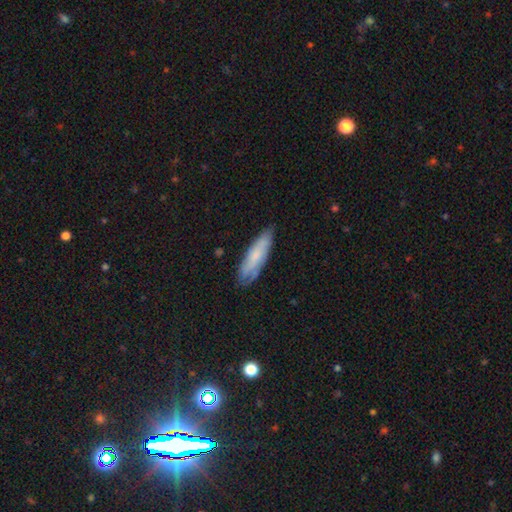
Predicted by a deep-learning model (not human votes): smooth-or-featured: smooth: 61% | featured or disk: 32% | star or artifact: 7%
  how-rounded: cigar-shaped: 61% | in between: 37% | round: 2%
  merging: none: 74% | minor disturbance: 20% | major disturbance: 4% | merger: 2%